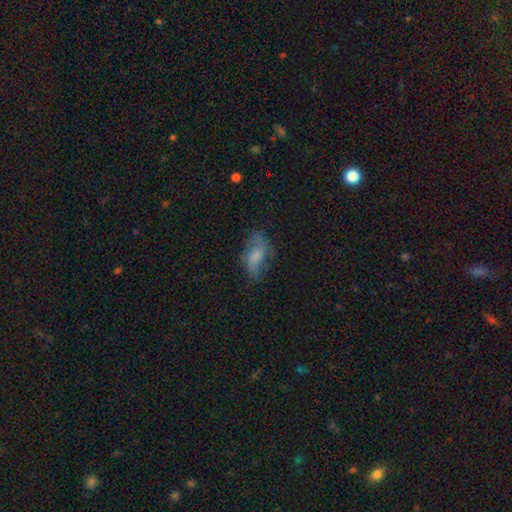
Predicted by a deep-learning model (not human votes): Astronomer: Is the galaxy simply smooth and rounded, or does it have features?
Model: smooth — 48% (runner-up: featured or disk, 42%).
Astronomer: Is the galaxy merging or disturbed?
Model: none — 57%.